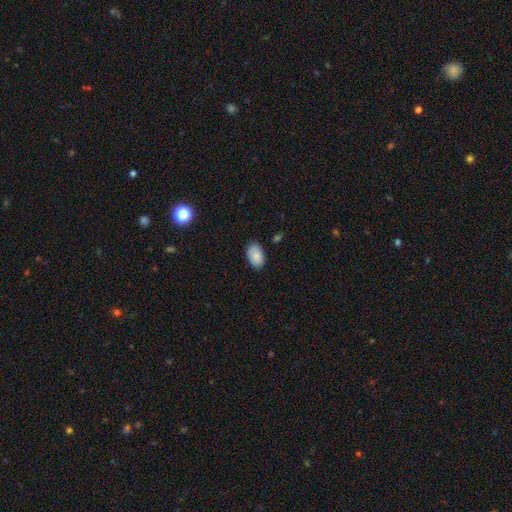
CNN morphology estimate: type=smooth (86%); roundness=in between (92%); merging=none (82%).